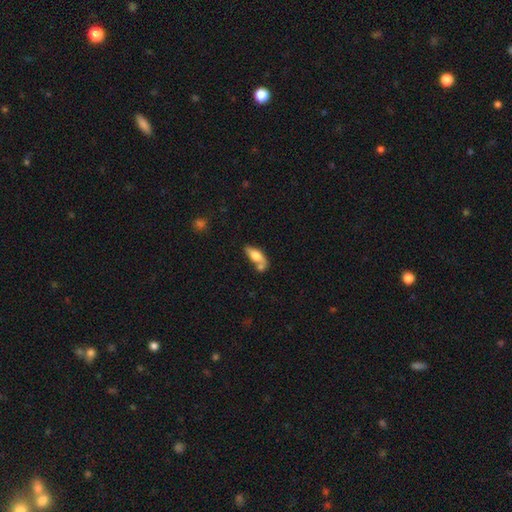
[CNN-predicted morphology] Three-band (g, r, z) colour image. It shows a smooth galaxy with no disk features (59%) that is in between round and cigar-shaped (67%). Merging: none (40%).